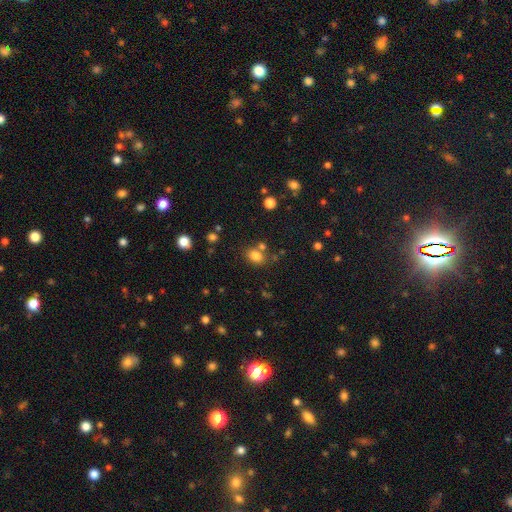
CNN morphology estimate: This is likely a smooth galaxy (79%). How rounded: possibly in between (58%). Merging: likely none (67%).